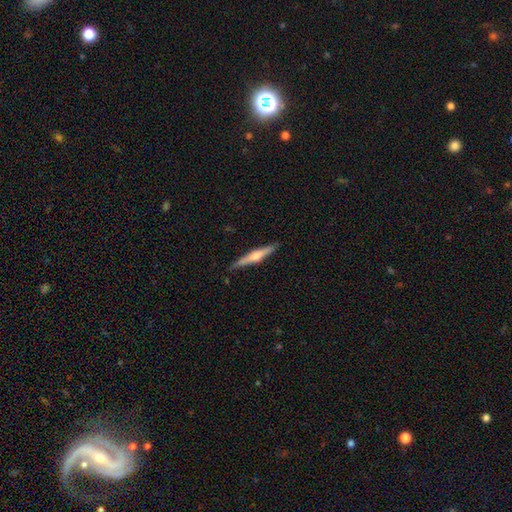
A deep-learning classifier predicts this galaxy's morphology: type=featured or disk (68%); edge-on=yes (98%); edge-on bulge=rounded (81%); merging=none (89%).